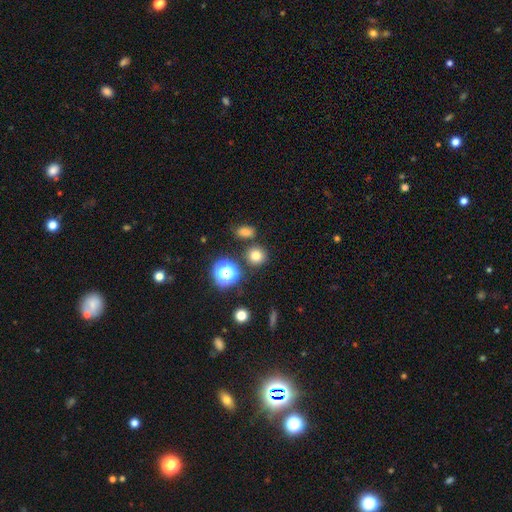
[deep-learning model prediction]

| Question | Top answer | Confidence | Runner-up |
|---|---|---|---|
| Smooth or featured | smooth | 76% | star or artifact (18%) |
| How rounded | round | 87% | in between (11%) |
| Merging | none | 82% | minor disturbance (8%) |